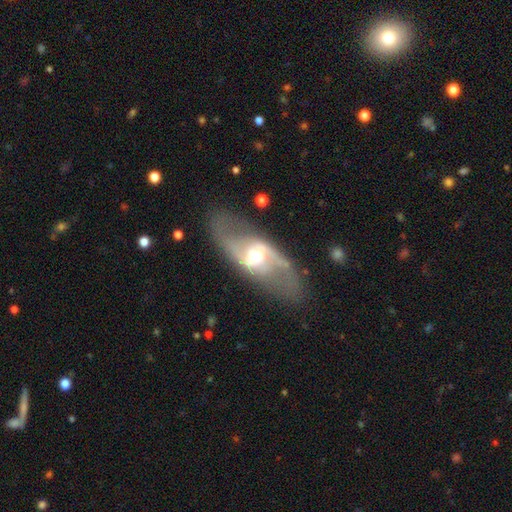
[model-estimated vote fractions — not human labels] This is clearly a featured or disk galaxy (83%). It is clearly not viewed edge-on (89%). Bar: marginally weak (43%). Spiral arm pattern: clearly yes (85%). Spiral arm count: clearly 2 (89%). Spiral winding: marginally loose (44%). Central bulge: possibly moderate (57%). Merging: clearly none (80%).